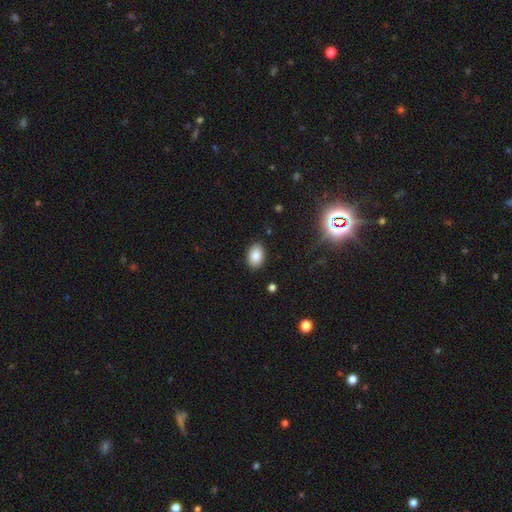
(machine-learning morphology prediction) Smooth or featured? smooth (85%)
How rounded? in between (87%)
Merging? none (89%)